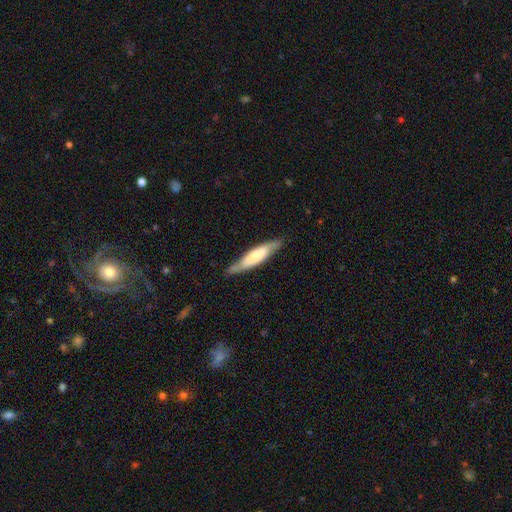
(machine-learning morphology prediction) smooth_or_featured: smooth (p=0.52) [alt: featured or disk p=0.43]
how_rounded: cigar-shaped (p=0.78) [alt: in between p=0.21]
merging: none (p=0.80) [alt: minor disturbance p=0.16]